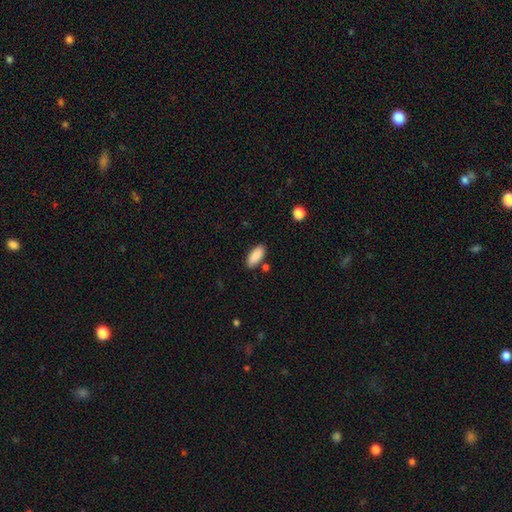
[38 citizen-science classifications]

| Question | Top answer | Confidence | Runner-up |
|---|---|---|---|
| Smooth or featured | smooth | 95% | featured or disk (3%) |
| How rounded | in between | 83% | cigar-shaped (17%) |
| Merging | none | 84% | minor disturbance (8%) |